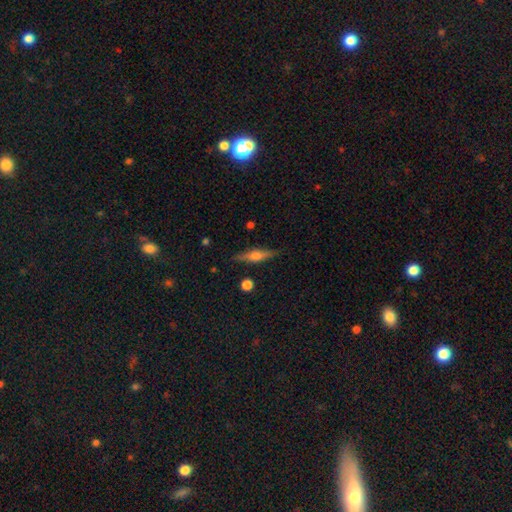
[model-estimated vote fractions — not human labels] Morphology: type=featured or disk (58%); edge-on=yes (96%); edge-on bulge=rounded (83%); merging=none (86%).